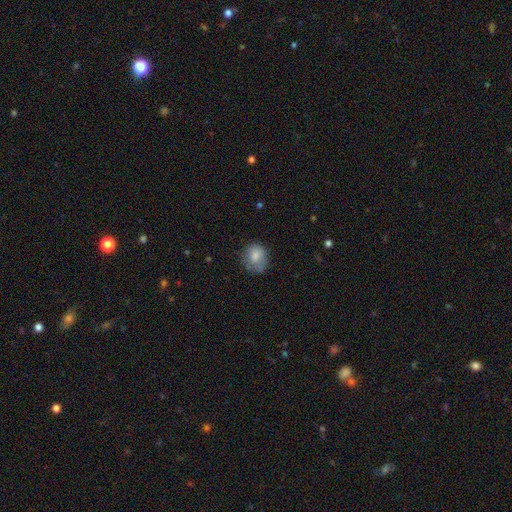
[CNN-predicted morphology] Q: Smooth or featured?
A: smooth (79%); runner-up: featured or disk (13%)
Q: How rounded?
A: round (71%); runner-up: in between (28%)
Q: Merging?
A: none (61%); runner-up: minor disturbance (26%)